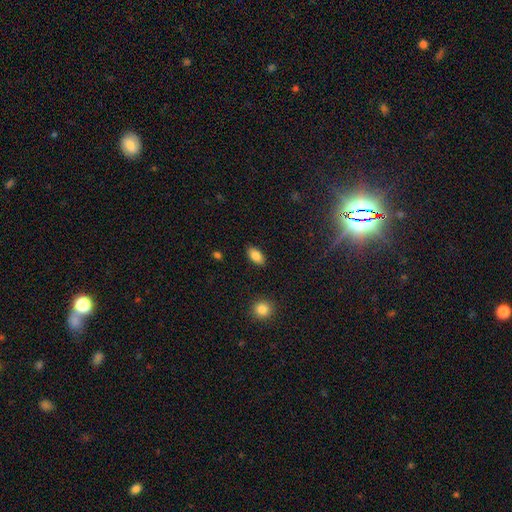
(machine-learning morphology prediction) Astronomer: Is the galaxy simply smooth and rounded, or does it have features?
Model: smooth — 86%.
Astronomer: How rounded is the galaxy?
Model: in between — 93%.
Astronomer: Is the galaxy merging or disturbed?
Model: none — 88%.